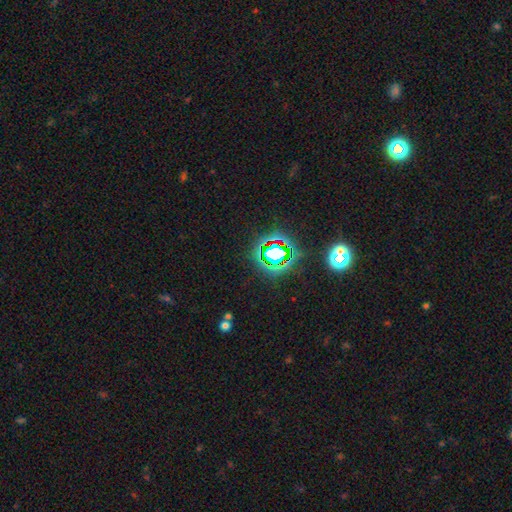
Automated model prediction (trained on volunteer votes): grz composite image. It shows a star or artifact, not a galaxy (75%).